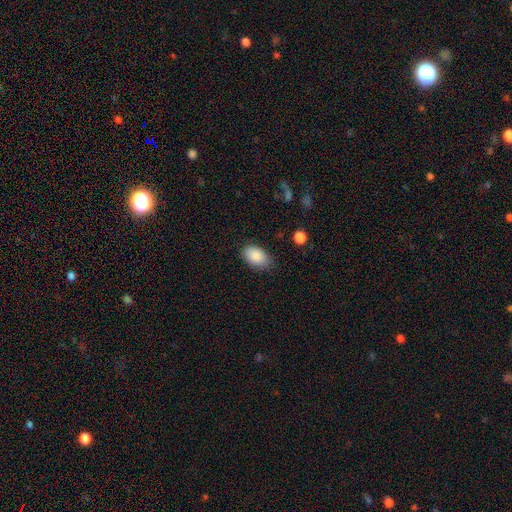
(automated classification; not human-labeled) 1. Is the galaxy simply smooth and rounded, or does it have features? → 87% smooth, 7% star or artifact, 6% featured or disk.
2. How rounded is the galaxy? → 91% in between, 8% round, 1% cigar-shaped.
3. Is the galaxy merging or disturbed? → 80% none, 16% minor disturbance, 3% major disturbance, 1% merger.